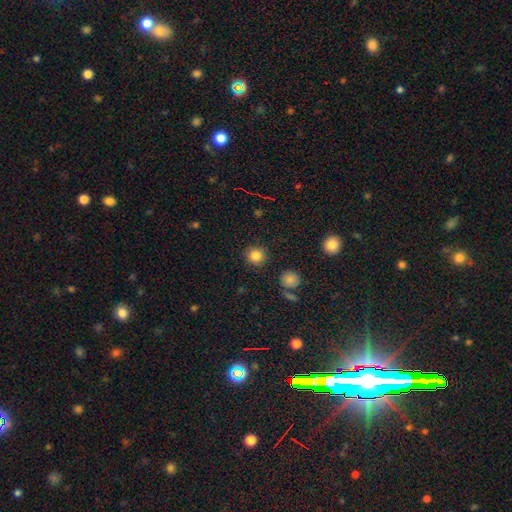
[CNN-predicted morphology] The model was most divided on "smooth or featured": smooth: 84%, star or artifact: 11%, featured or disk: 5%. More confident: how rounded — round (93%); merging — none (90%).